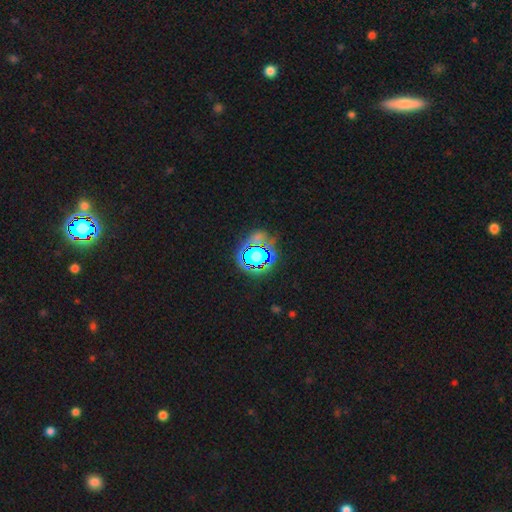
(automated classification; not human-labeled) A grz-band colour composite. It shows a star or artifact, not a galaxy (52%).